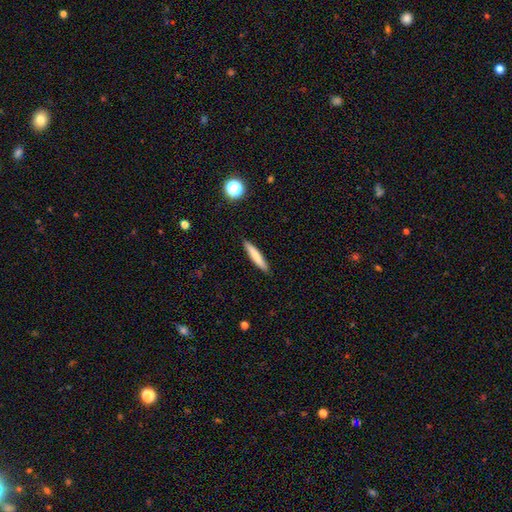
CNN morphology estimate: Smooth or featured? smooth (75%)
How rounded? cigar-shaped (92%)
Merging? none (89%)